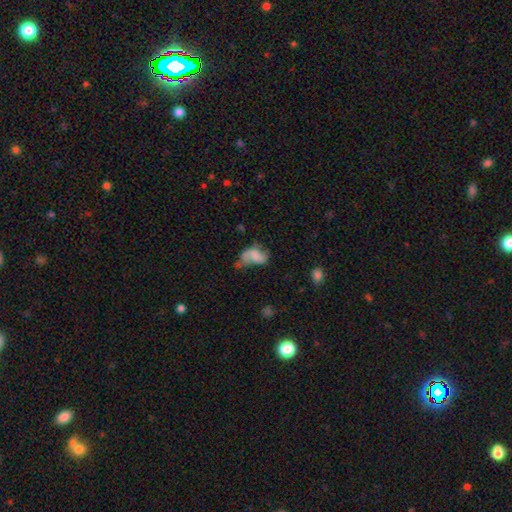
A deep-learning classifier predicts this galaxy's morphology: Q: Smooth or featured?
A: smooth (58%); runner-up: featured or disk (31%)
Q: How rounded?
A: in between (88%); runner-up: round (10%)
Q: Merging?
A: major disturbance (39%); runner-up: minor disturbance (27%)